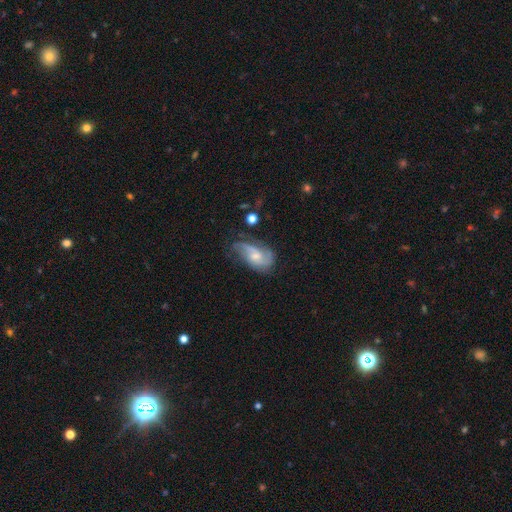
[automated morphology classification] Smooth or featured? Predicted: featured or disk (p=0.63). Edge-on disk? Predicted: no (p=0.95). Bar? Predicted: no (p=0.60). Spiral arms? Predicted: yes (p=0.83). Spiral winding? Predicted: loose (p=0.41, tied with medium). Spiral arm count? Predicted: 2 (p=0.53). Bulge size? Predicted: small (p=0.45). Merging? Predicted: none (p=0.41).